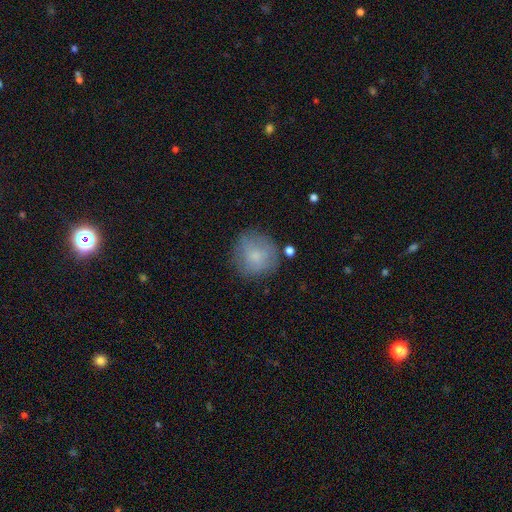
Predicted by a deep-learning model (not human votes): smooth 76%, featured or disk 16%, star or artifact 8%. Down the decision tree: how rounded — round (91%); merging — none (72%).